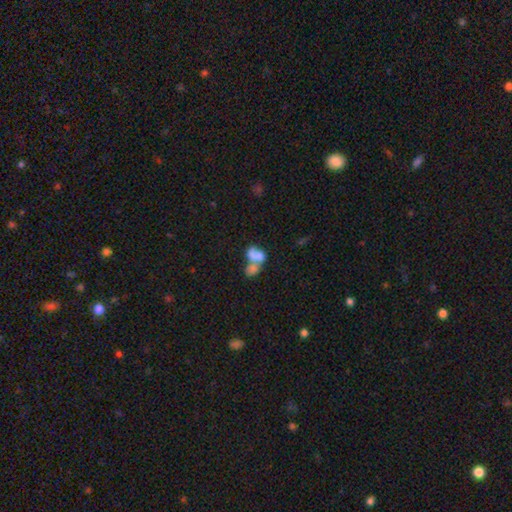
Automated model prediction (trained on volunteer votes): This is likely a smooth galaxy (66%). How rounded: likely in between (78%). Merging: likely merger (72%).